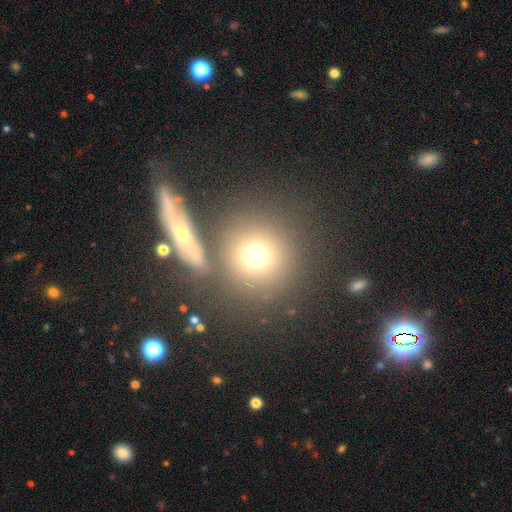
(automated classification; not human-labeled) A smooth galaxy with no disk features (70%) that is round (90%). Merging: none (70%).